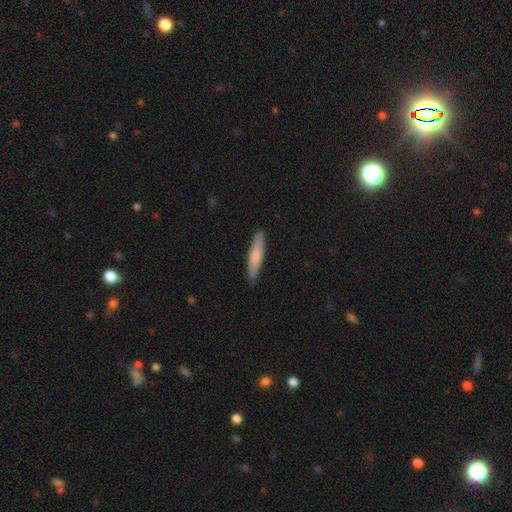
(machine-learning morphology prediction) Smooth or featured: smooth — 71% (featured or disk — 24%)
How rounded: cigar-shaped — 89% (in between — 9%)
Merging: none — 89% (minor disturbance — 8%)